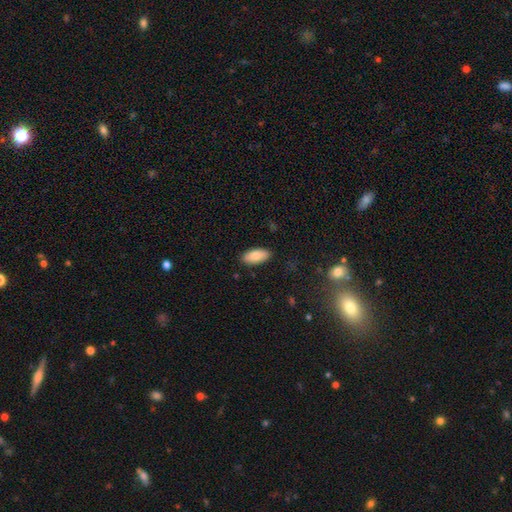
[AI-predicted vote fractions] Morphology: type=smooth (82%); roundness=in between (91%); merging=none (88%).